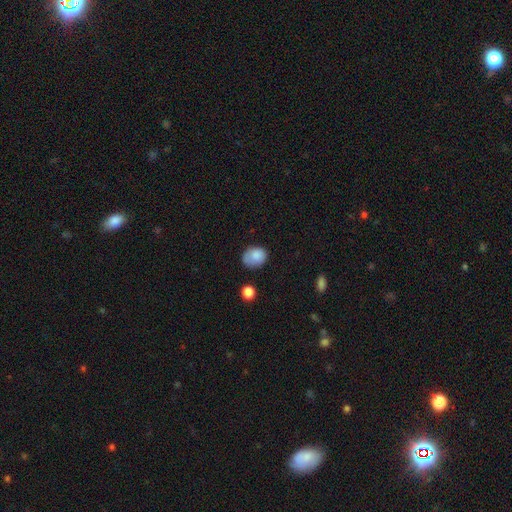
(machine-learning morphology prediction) A smooth galaxy with no disk features (83%) that is in between round and cigar-shaped (55%). Merging: none (61%).